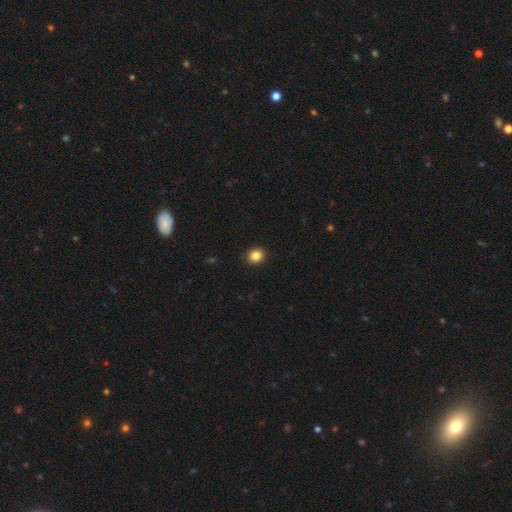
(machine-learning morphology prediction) Smooth or featured: smooth — 85% (star or artifact — 11%)
How rounded: round — 74% (in between — 25%)
Merging: none — 92% (minor disturbance — 6%)